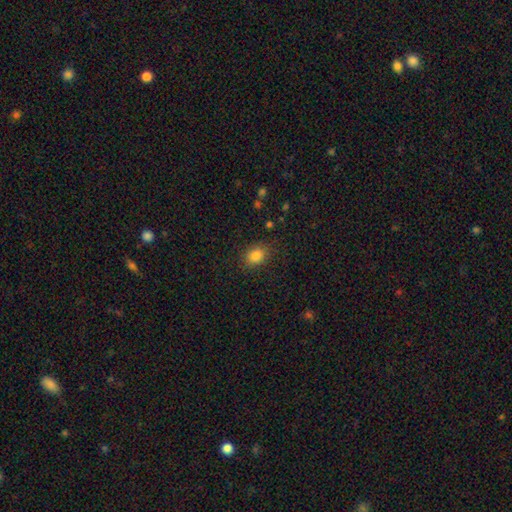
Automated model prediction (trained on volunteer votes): smooth 85%, star or artifact 10%, featured or disk 5%. Down the decision tree: how rounded — in between (68%); merging — none (84%).